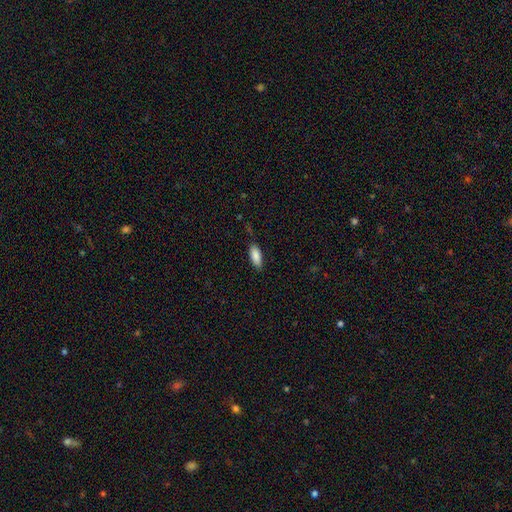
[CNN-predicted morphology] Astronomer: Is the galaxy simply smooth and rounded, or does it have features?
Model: smooth — 88%.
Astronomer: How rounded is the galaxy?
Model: in between — 81%.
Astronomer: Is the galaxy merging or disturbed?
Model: none — 83%.